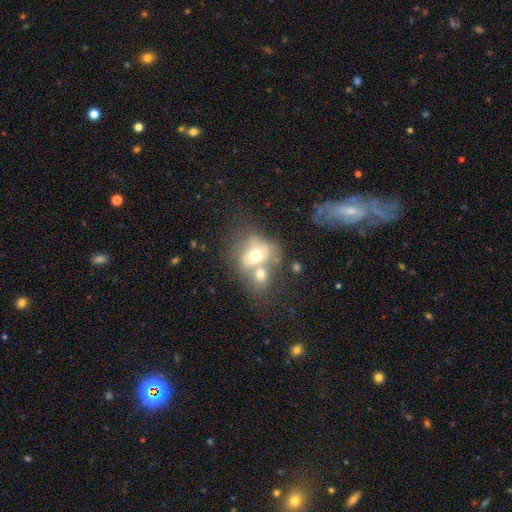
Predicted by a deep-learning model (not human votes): The model was most divided on "how rounded": round: 57%, in between: 42%, cigar-shaped: 1%. More confident: merging — merger (60%); smooth or featured — smooth (54%).